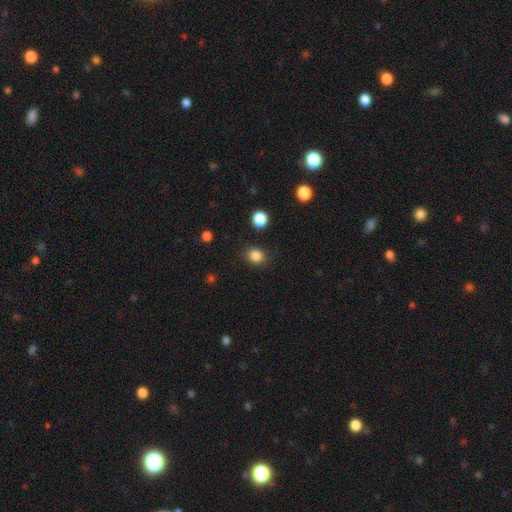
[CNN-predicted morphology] Q: Smooth or featured?
A: smooth (85%); runner-up: star or artifact (11%)
Q: How rounded?
A: round (68%); runner-up: in between (31%)
Q: Merging?
A: none (86%); runner-up: minor disturbance (9%)